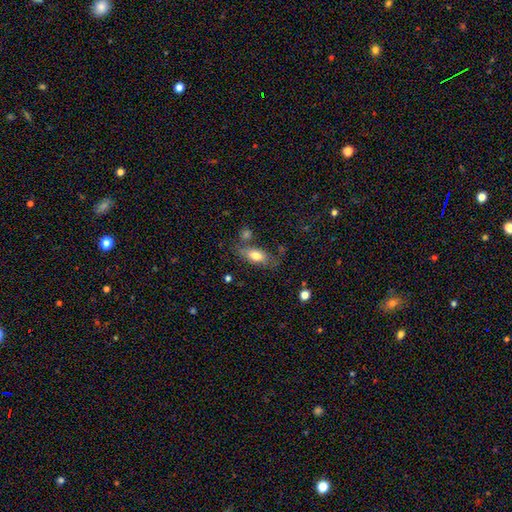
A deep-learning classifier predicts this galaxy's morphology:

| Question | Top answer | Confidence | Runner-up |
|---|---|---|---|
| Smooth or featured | smooth | 75% | featured or disk (17%) |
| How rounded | in between | 84% | cigar-shaped (11%) |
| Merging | none | 63% | minor disturbance (19%) |